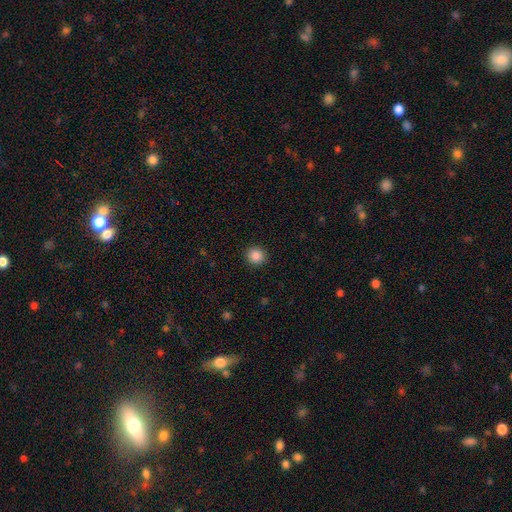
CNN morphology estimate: Smooth or featured?
  - smooth: 87% *
  - star or artifact: 10%
  - featured or disk: 3%
How rounded?
  - round: 91% *
  - in between: 8%
  - cigar-shaped: 1%
Merging?
  - none: 92% *
  - minor disturbance: 5%
  - major disturbance: 2%
  - merger: 1%